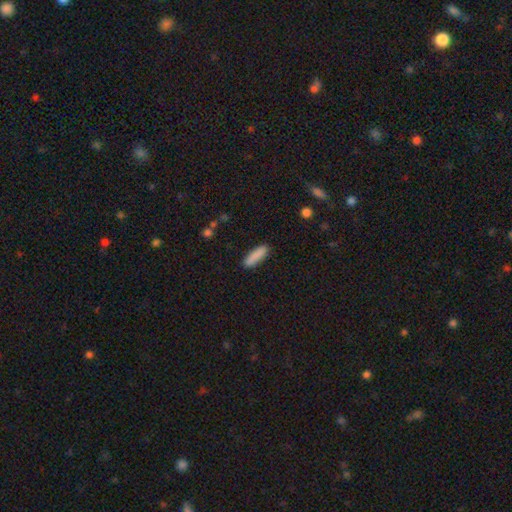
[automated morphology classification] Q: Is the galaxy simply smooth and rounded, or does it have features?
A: smooth — 88%.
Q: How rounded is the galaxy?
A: cigar-shaped — 66%.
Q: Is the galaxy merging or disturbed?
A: none — 87%.